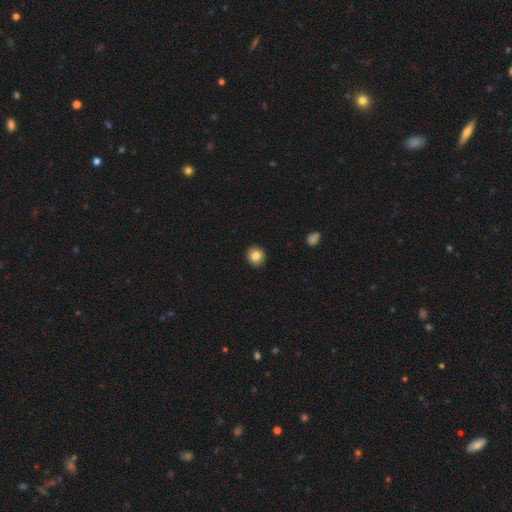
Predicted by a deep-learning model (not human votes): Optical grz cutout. It shows a smooth galaxy with no disk features (84%) that is round (87%). Merging: none (91%).